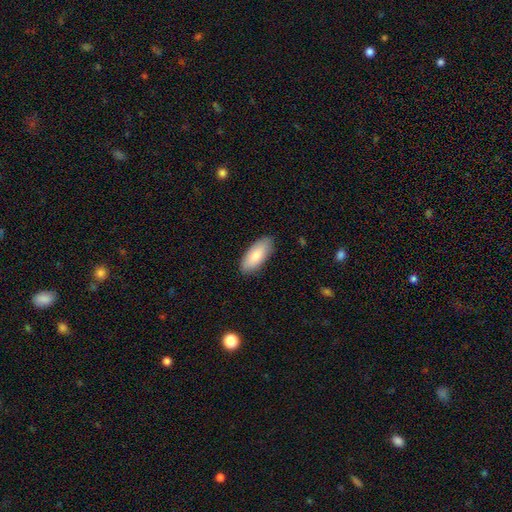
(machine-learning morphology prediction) Q: Smooth or featured?
A: smooth (85%); runner-up: featured or disk (10%)
Q: How rounded?
A: in between (86%); runner-up: cigar-shaped (12%)
Q: Merging?
A: none (86%); runner-up: minor disturbance (11%)